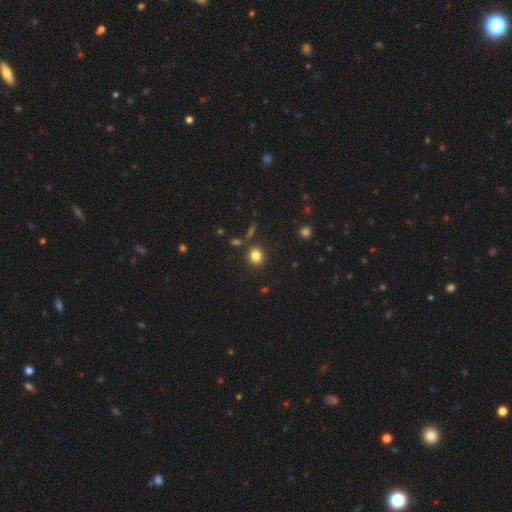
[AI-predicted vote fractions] smooth 82%, star or artifact 12%, featured or disk 7%. Down the decision tree: how rounded — round (73%); merging — none (82%).